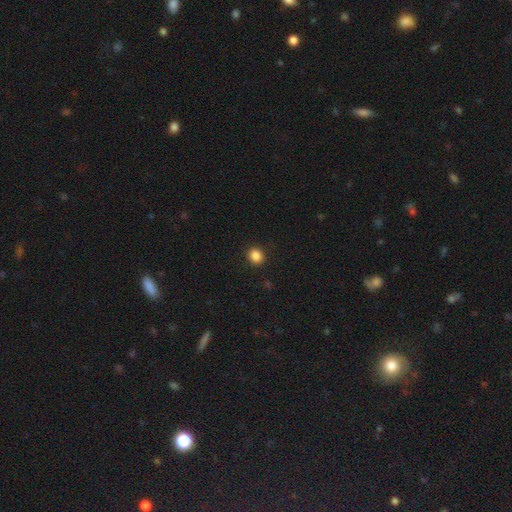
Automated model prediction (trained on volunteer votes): Smooth or featured: smooth — 87% (star or artifact — 11%)
How rounded: round — 79% (in between — 20%)
Merging: none — 91% (minor disturbance — 6%)